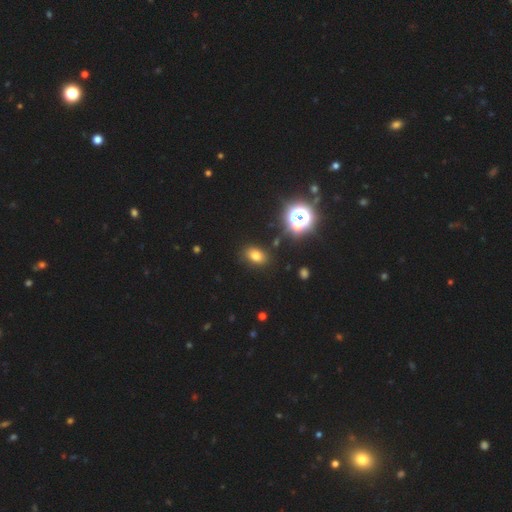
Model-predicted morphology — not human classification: Smooth or featured? Predicted: smooth (p=0.72). How rounded? Predicted: in between (p=0.78). Merging? Predicted: none (p=0.86).